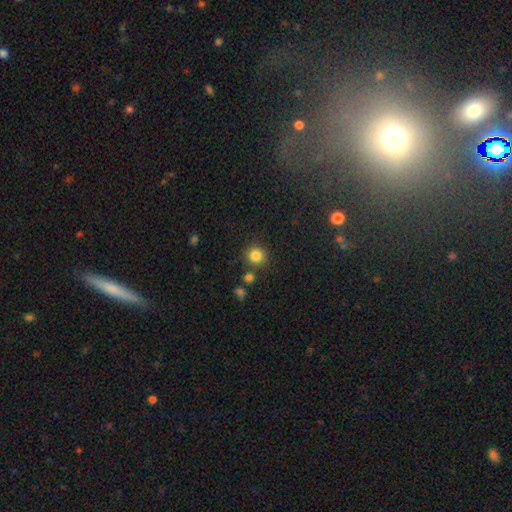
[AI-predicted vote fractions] A smooth galaxy with no disk features (84%) that is round (90%). Merging: none (82%).